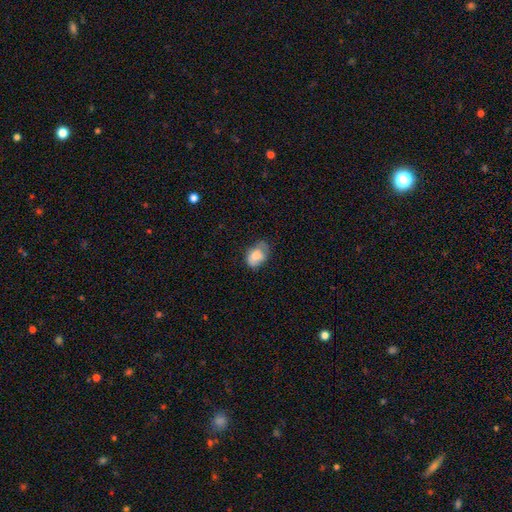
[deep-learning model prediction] Smooth or featured?
  - smooth: 75% *
  - featured or disk: 18%
  - star or artifact: 8%
How rounded?
  - in between: 82% *
  - round: 17%
  - cigar-shaped: 1%
Merging?
  - none: 52% *
  - minor disturbance: 34%
  - major disturbance: 12%
  - merger: 2%